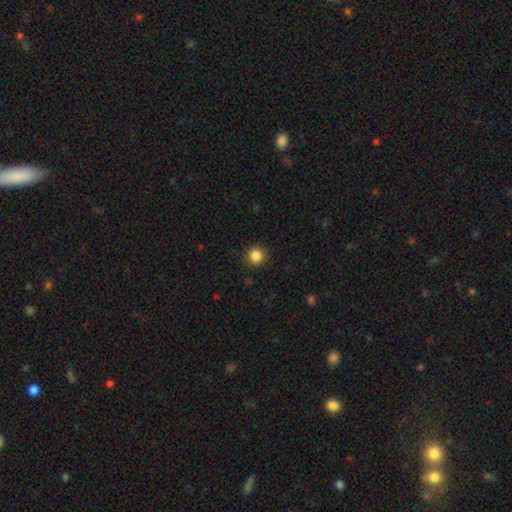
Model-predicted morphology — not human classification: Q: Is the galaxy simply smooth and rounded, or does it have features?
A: smooth — 86%.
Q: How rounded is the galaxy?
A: round — 93%.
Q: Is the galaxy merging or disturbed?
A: none — 90%.